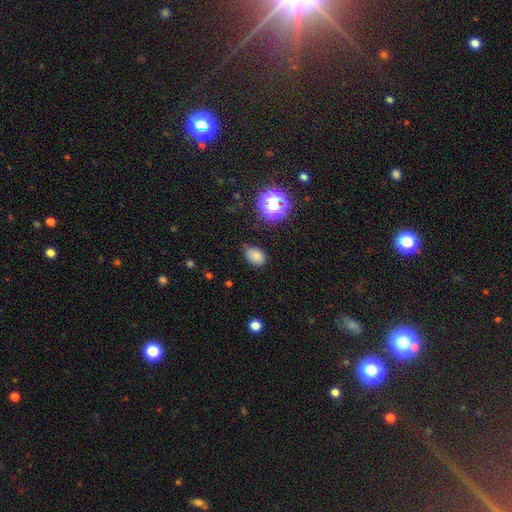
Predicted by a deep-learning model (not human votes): Smooth or featured? Predicted: smooth (p=0.74). How rounded? Predicted: in between (p=0.79). Merging? Predicted: none (p=0.68).